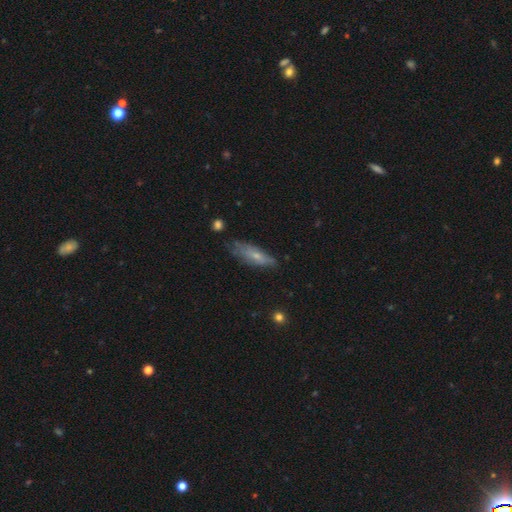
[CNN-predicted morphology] Smooth or featured? smooth (54%)
How rounded? in between (49%)
Merging? none (60%)